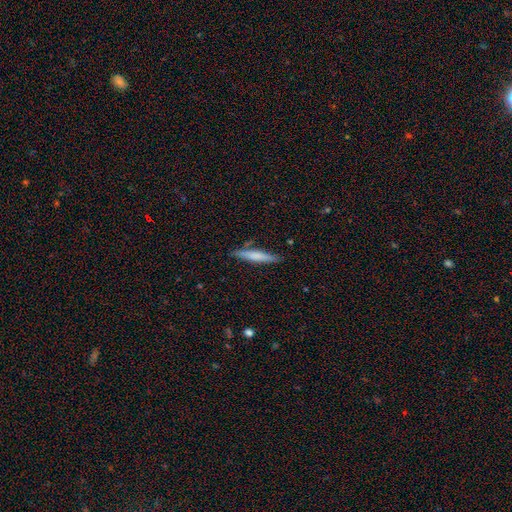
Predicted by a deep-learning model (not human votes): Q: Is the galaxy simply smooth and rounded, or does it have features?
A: smooth — 63%.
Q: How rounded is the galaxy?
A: cigar-shaped — 93%.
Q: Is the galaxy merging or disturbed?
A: none — 86%.